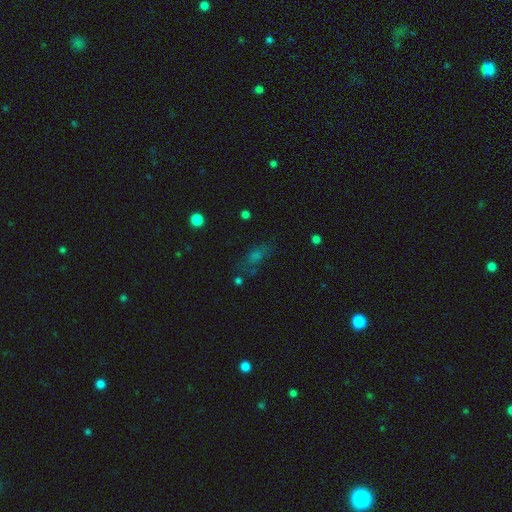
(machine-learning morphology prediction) Q: Smooth or featured?
A: smooth (47%); runner-up: star or artifact (32%)
Q: Merging?
A: none (63%); runner-up: minor disturbance (19%)